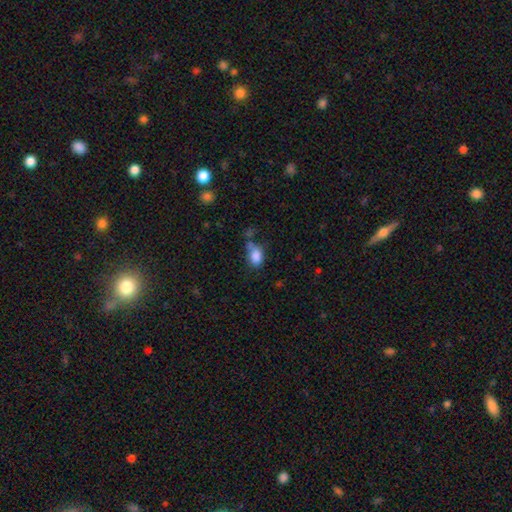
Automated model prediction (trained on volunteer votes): Smooth or featured?
  - smooth: 84% *
  - star or artifact: 10%
  - featured or disk: 6%
How rounded?
  - in between: 80% *
  - round: 18%
  - cigar-shaped: 2%
Merging?
  - none: 46% *
  - minor disturbance: 24%
  - merger: 19%
  - major disturbance: 11%